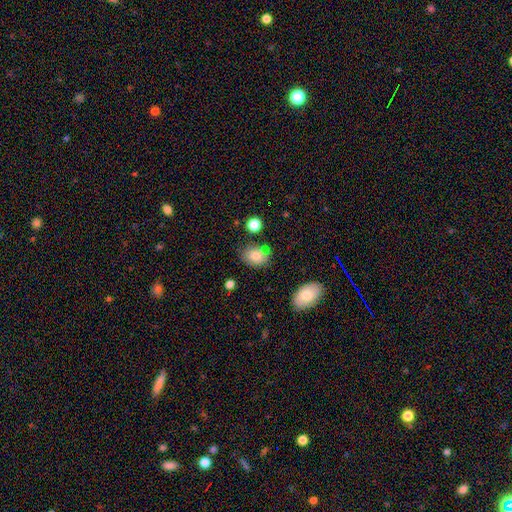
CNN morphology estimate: smooth-or-featured: smooth: 81% | featured or disk: 9% | star or artifact: 9%
  how-rounded: in between: 69% | round: 29% | cigar-shaped: 1%
  merging: none: 68% | minor disturbance: 21% | merger: 6% | major disturbance: 5%